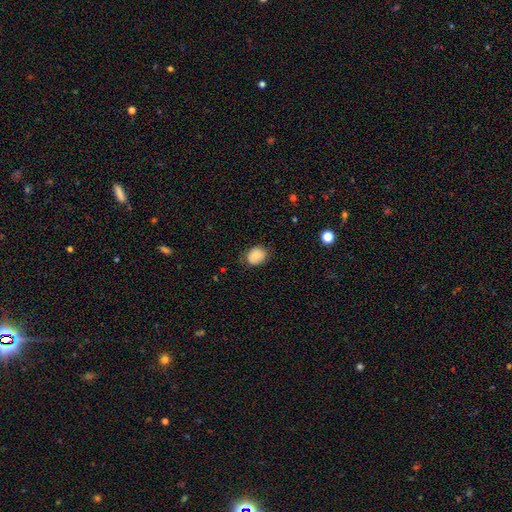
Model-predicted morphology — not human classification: smooth-or-featured: smooth: 82% | featured or disk: 10% | star or artifact: 8%
  how-rounded: in between: 55% | round: 44% | cigar-shaped: 1%
  merging: none: 73% | minor disturbance: 21% | major disturbance: 5% | merger: 1%